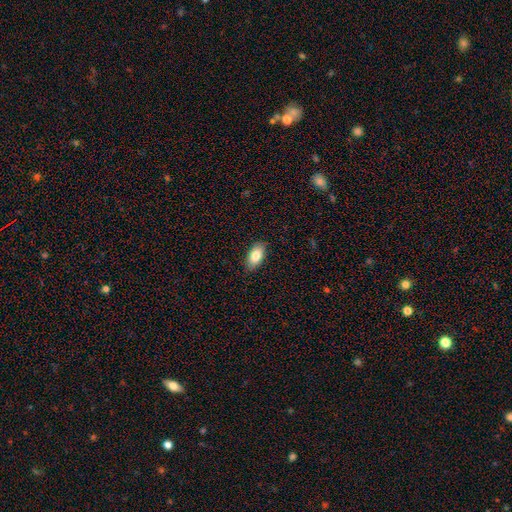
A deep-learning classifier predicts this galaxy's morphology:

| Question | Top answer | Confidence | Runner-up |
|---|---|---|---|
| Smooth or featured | smooth | 83% | featured or disk (10%) |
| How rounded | in between | 92% | cigar-shaped (4%) |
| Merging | none | 86% | minor disturbance (11%) |